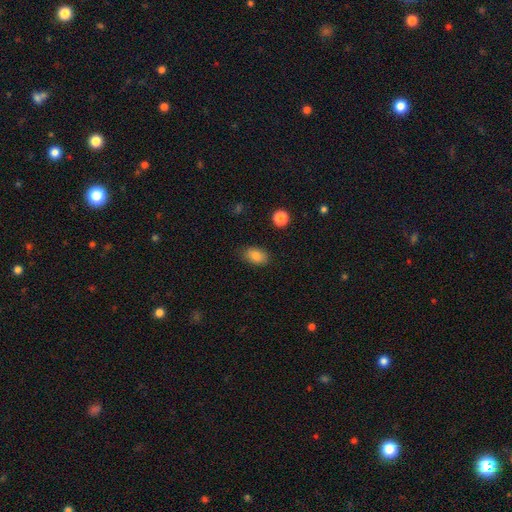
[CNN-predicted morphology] type=smooth (83%); roundness=in between (86%); merging=none (82%).